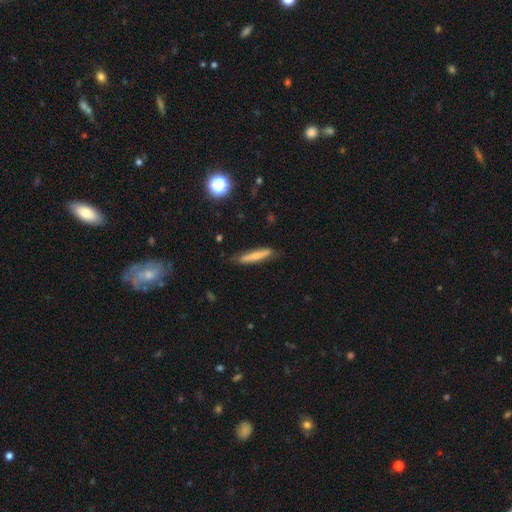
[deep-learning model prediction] smooth_or_featured: smooth (p=0.65) [alt: featured or disk p=0.28]
how_rounded: cigar-shaped (p=0.90) [alt: in between p=0.08]
merging: none (p=0.77) [alt: minor disturbance p=0.18]